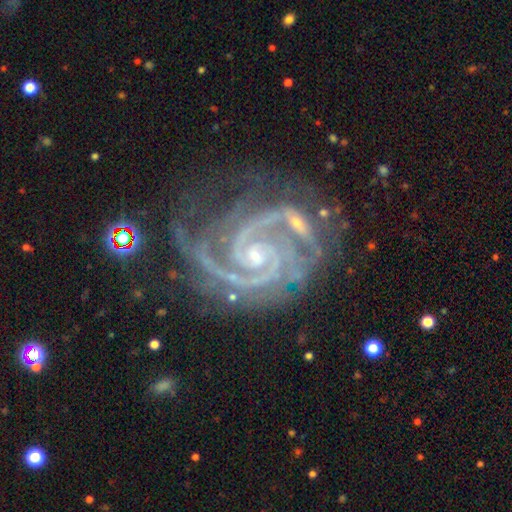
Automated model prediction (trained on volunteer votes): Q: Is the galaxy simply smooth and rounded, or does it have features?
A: featured or disk — 92%.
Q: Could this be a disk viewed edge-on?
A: no — 98%.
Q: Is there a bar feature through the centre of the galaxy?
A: no — 59%.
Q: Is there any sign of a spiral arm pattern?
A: yes — 99%.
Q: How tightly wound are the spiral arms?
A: tight — 67%.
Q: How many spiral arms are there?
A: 2 — 56%.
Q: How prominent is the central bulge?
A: small — 76%.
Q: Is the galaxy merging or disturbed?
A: none — 63%.